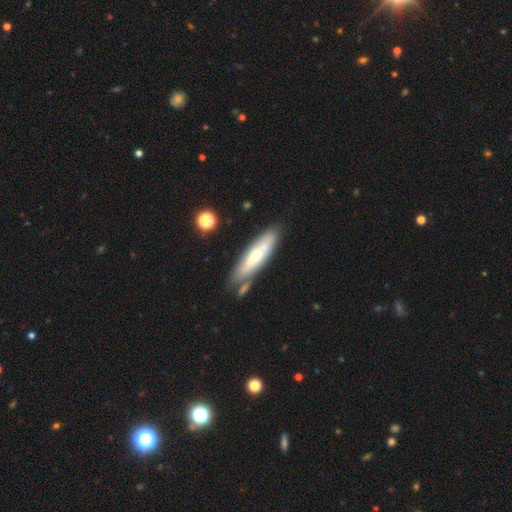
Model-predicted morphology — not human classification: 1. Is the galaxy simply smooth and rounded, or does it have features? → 50% smooth, 44% featured or disk, 6% star or artifact.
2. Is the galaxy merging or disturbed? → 65% none, 18% minor disturbance, 11% merger, 6% major disturbance.